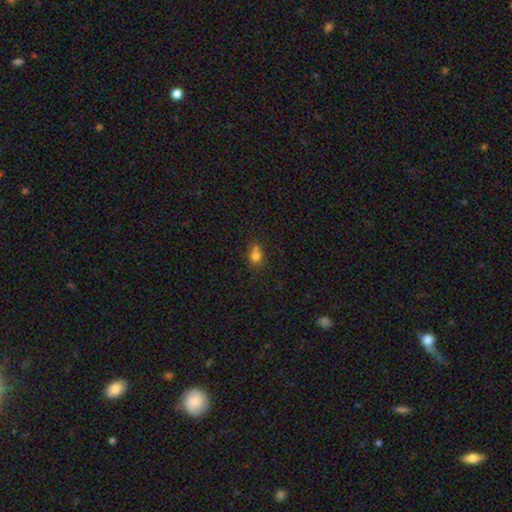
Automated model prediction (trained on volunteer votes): Overall: smooth (76%). How rounded: round (70%). Merging: none (50%; merger 31%).